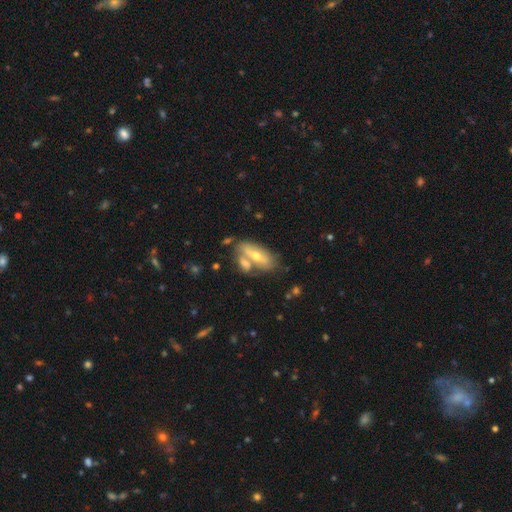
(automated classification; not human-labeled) Smooth or featured? smooth (50%)
Merging? none (43%)